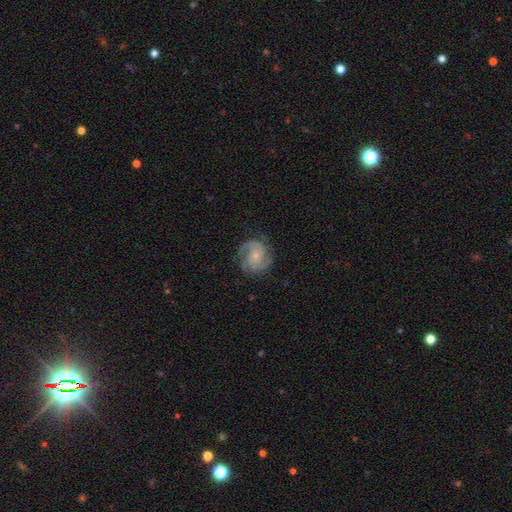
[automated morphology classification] A featured or disk galaxy (88%) with no bar (70%), 2 (41%) tight (50%) spiral arms (98%) and a small central bulge (70%).

Vote fractions:
- Smooth or featured? featured or disk: 88% / smooth: 7% / star or artifact: 5%
- Edge-on disk? no: 98% / yes: 2%
- Bar? no: 70% / weak: 25% / strong: 5%
- Spiral arms? yes: 98% / no: 2%
- Spiral winding? tight: 50% / medium: 42% / loose: 8%
- Spiral arm count? 2: 41% / 3: 37% / can't tell: 8% / 4: 6% / 1: 4% / more than 4: 4%
- Bulge size? small: 70% / moderate: 23% / none: 5% / large: 1% / dominant: 1%
- Merging? none: 79% / minor disturbance: 15% / major disturbance: 5% / merger: 1%